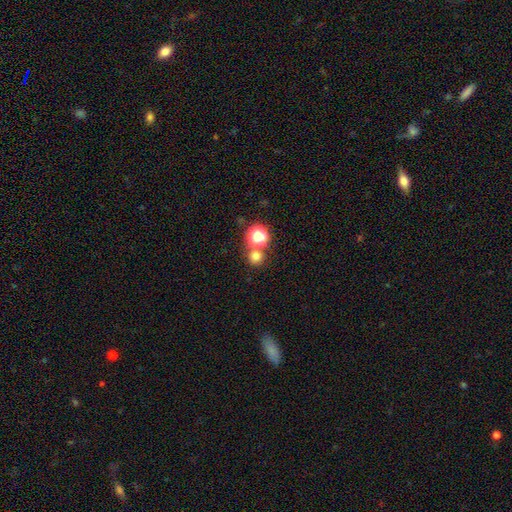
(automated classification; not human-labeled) A smooth galaxy with no disk features (72%) that is round (91%).

Vote fractions:
- Smooth or featured? smooth: 72% / star or artifact: 22% / featured or disk: 7%
- How rounded? round: 91% / in between: 8% / cigar-shaped: 1%
- Merging? none: 68% / merger: 23% / minor disturbance: 6% / major disturbance: 3%